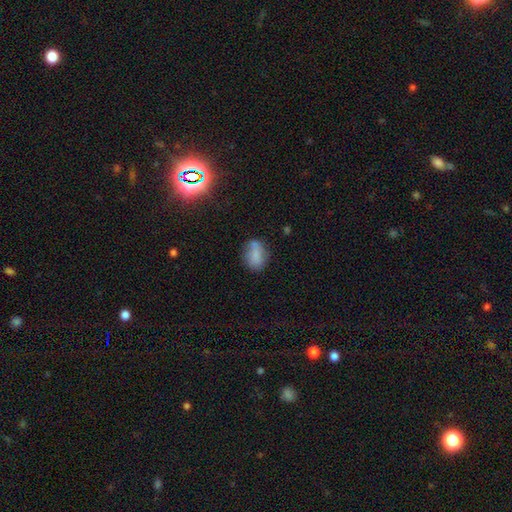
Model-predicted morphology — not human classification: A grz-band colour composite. It shows a smooth galaxy with no disk features (75%) that is in between round and cigar-shaped (74%). Merging: none (57%).